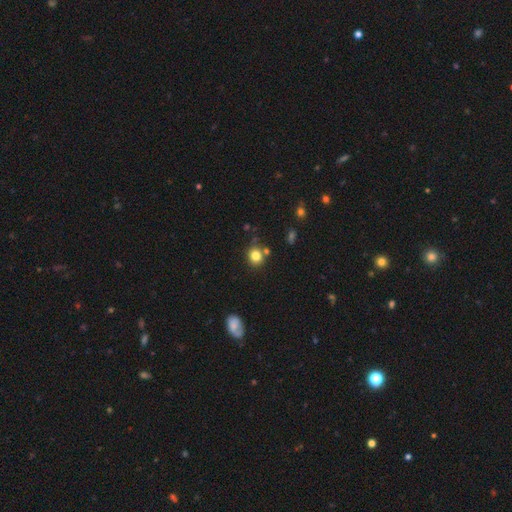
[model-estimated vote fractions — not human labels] This appears to be a smooth galaxy with no disk features (82%) that is round (81%). Merging: none (77%).